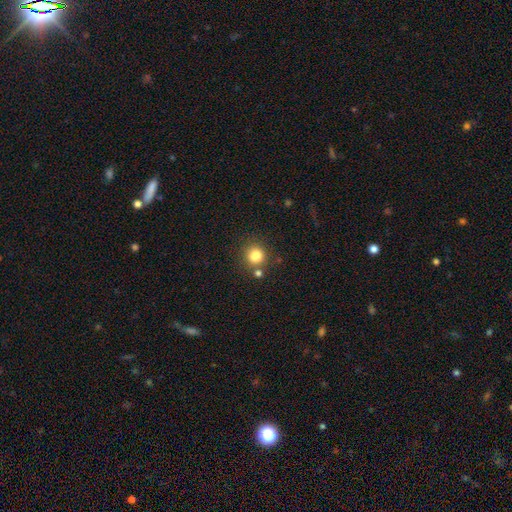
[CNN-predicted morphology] type=smooth (82%); roundness=round (83%); merging=none (72%).